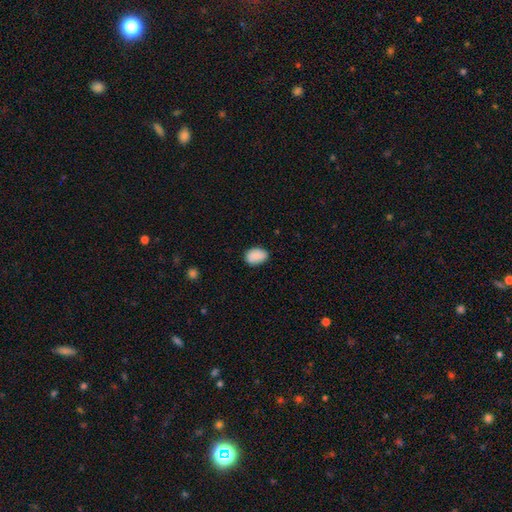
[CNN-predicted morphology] This appears to be a smooth galaxy with no disk features (89%) that is in between round and cigar-shaped (83%). Merging: none (79%).